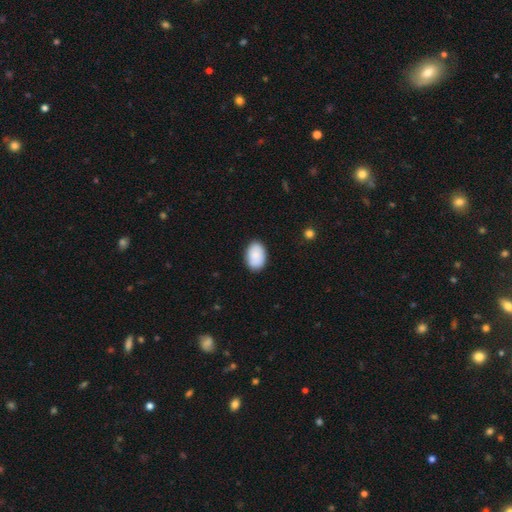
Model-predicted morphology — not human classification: A smooth galaxy with no disk features (87%) that is in between round and cigar-shaped (88%). Merging: none (86%).